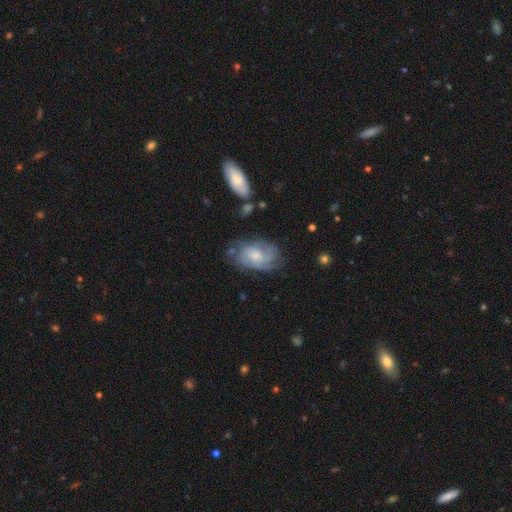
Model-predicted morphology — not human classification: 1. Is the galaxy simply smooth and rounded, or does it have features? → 68% featured or disk, 25% smooth, 7% star or artifact.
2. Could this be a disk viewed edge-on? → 96% no, 4% yes.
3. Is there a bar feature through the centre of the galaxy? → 69% no, 28% weak, 3% strong.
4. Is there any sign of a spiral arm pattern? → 88% yes, 12% no.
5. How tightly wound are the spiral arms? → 50% tight, 37% medium, 13% loose.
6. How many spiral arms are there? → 42% can't tell, 24% 2, 18% 3, 7% 4, 5% 1, 4% more than 4.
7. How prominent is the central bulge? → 44% moderate, 43% small, 6% large, 6% none, 1% dominant.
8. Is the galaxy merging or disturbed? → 61% none, 24% minor disturbance, 12% major disturbance, 3% merger.